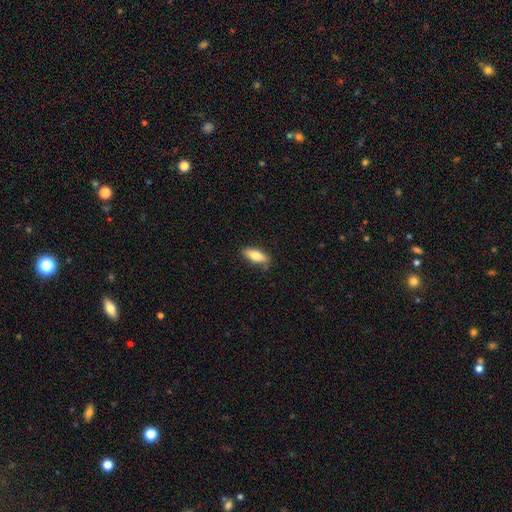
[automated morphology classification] The model was most divided on "how rounded": in between: 71%, cigar-shaped: 27%, round: 2%. More confident: merging — none (83%); smooth or featured — smooth (77%).